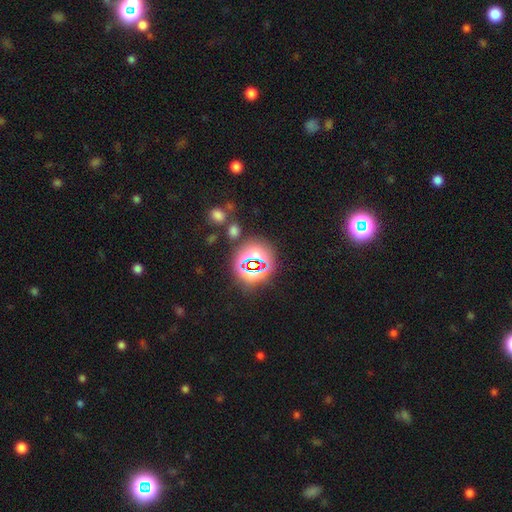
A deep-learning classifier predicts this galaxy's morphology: Overall: star or artifact (65%; smooth 26%).